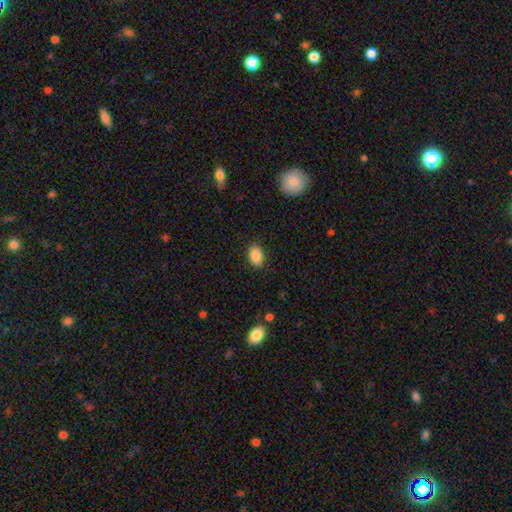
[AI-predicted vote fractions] The model was most divided on "how rounded": in between: 87%, round: 12%, cigar-shaped: 1%. More confident: smooth or featured — smooth (88%); merging — none (87%).